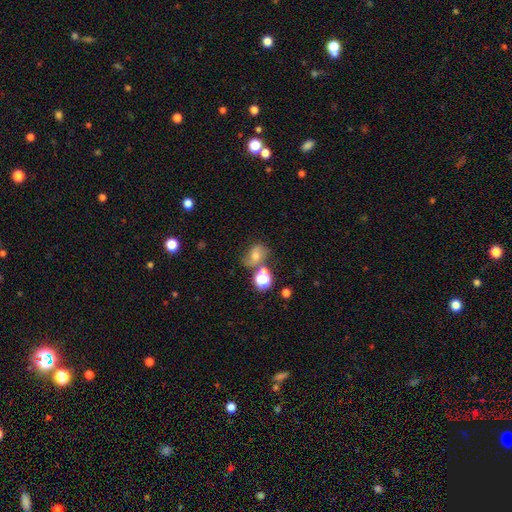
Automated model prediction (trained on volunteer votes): smooth_or_featured: smooth (p=0.40) [tied with: featured or disk p=0.40]
merging: none (p=0.51) [alt: minor disturbance p=0.20]